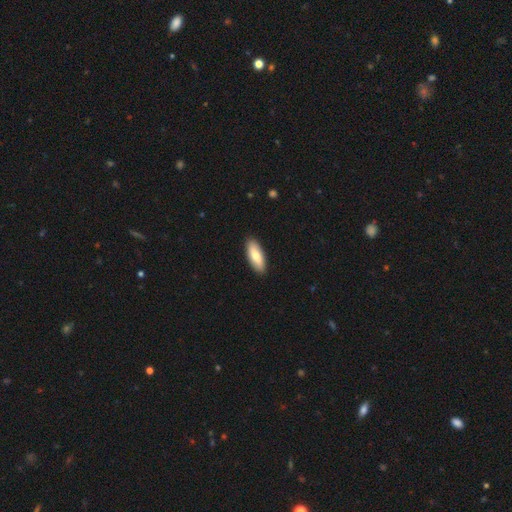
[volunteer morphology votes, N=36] smooth-or-featured: smooth: 72% | featured or disk: 25% | star or artifact: 3%
  how-rounded: in between: 69% | cigar-shaped: 31% | round: 0%
  merging: none: 94% | minor disturbance: 6% | major disturbance: 0% | merger: 0%